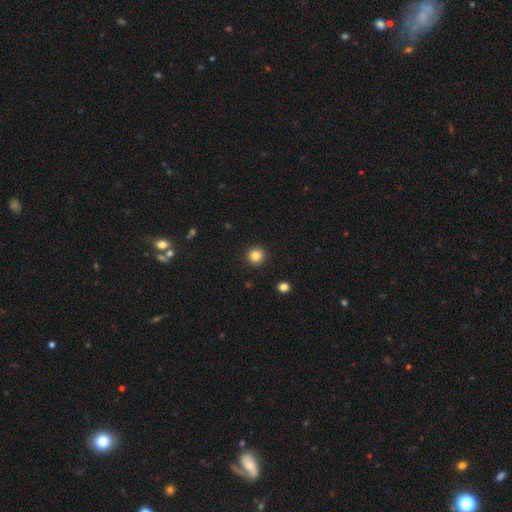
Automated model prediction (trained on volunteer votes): Q: Smooth or featured?
A: smooth (84%); runner-up: star or artifact (11%)
Q: How rounded?
A: round (95%); runner-up: in between (4%)
Q: Merging?
A: none (93%); runner-up: minor disturbance (4%)